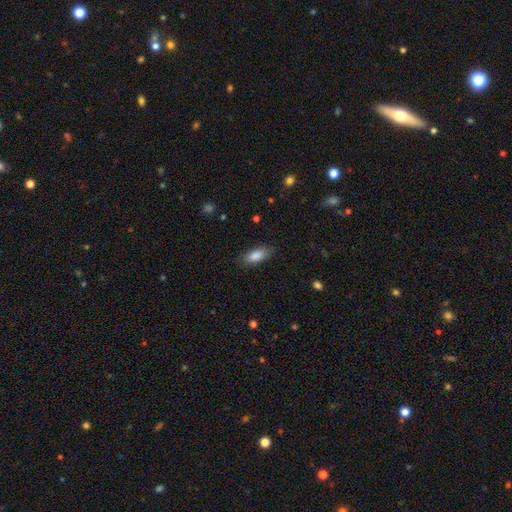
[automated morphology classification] Smooth or featured?
  - smooth: 87% *
  - star or artifact: 7%
  - featured or disk: 7%
How rounded?
  - in between: 82% *
  - cigar-shaped: 16%
  - round: 2%
Merging?
  - none: 84% *
  - minor disturbance: 12%
  - major disturbance: 3%
  - merger: 1%